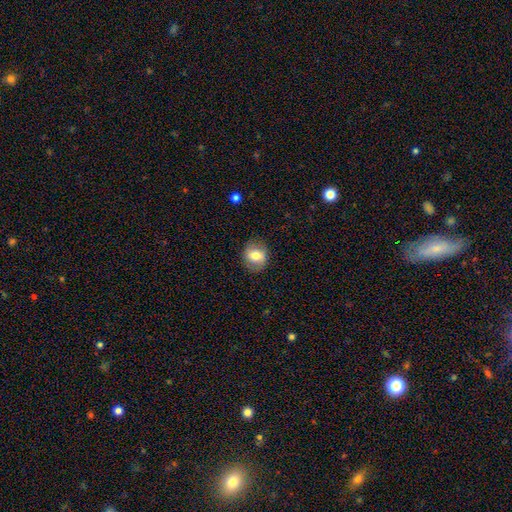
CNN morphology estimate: Smooth or featured? Predicted: smooth (p=0.69). How rounded? Predicted: round (p=0.65). Merging? Predicted: none (p=0.82).